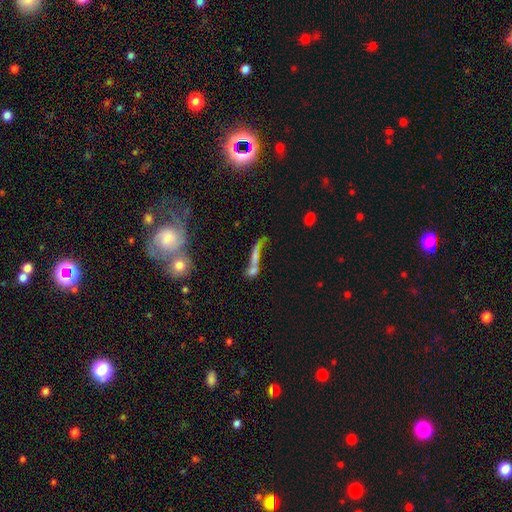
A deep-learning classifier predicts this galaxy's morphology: A featured or disk galaxy (43%).

Vote fractions:
- Smooth or featured? featured or disk: 43% / smooth: 40% / star or artifact: 17%
- Merging? merger: 46% / none: 22% / major disturbance: 21% / minor disturbance: 12%